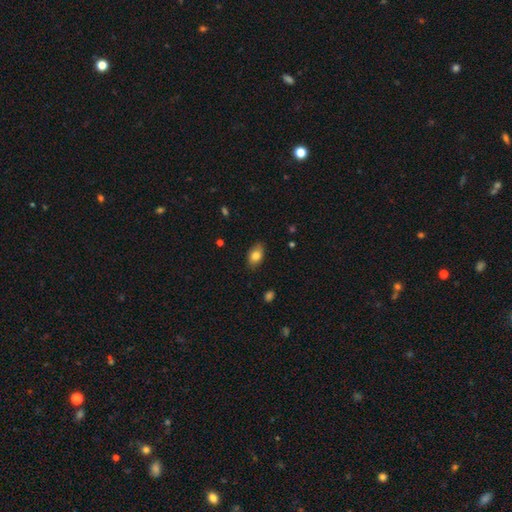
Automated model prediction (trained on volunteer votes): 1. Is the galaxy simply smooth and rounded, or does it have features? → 81% smooth, 11% featured or disk, 8% star or artifact.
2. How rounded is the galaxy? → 87% in between, 12% round, 2% cigar-shaped.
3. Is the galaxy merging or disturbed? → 82% none, 14% minor disturbance, 3% major disturbance, 1% merger.